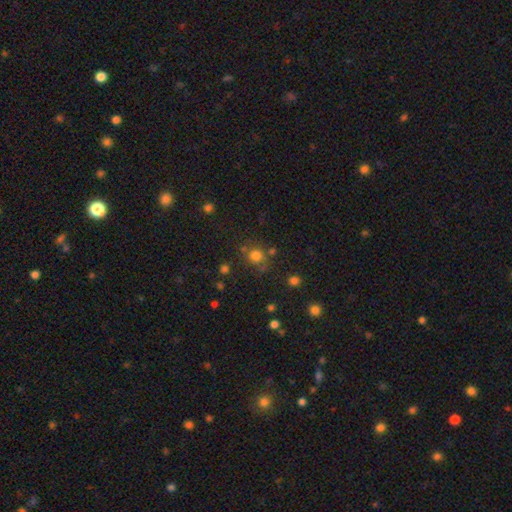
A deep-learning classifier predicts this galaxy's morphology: Overall: smooth (75%). How rounded: round (84%). Merging: none (69%).